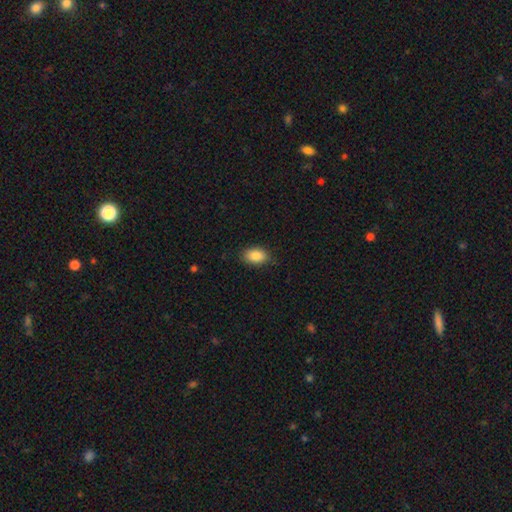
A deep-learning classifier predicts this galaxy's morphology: This is clearly a smooth galaxy (87%). How rounded: clearly in between (89%). Merging: clearly none (83%).